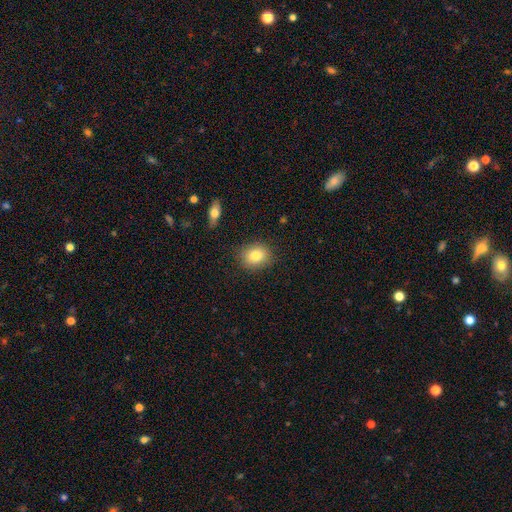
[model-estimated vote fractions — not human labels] smooth 81%, featured or disk 10%, star or artifact 9%. Down the decision tree: how rounded — round (59%); merging — none (85%).